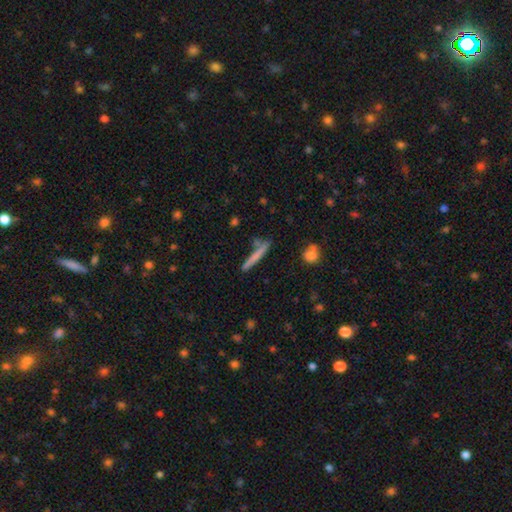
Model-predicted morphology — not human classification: Smooth or featured?
  - smooth: 63% *
  - featured or disk: 30%
  - star or artifact: 7%
How rounded?
  - cigar-shaped: 95% *
  - in between: 3%
  - round: 2%
Merging?
  - none: 78% *
  - minor disturbance: 12%
  - merger: 7%
  - major disturbance: 3%